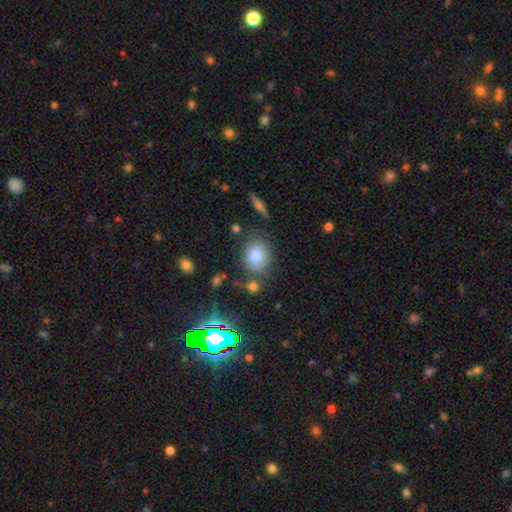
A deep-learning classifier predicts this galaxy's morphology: The model was most divided on "how rounded": round: 53%, in between: 46%, cigar-shaped: 1%. More confident: smooth or featured — smooth (79%); merging — none (73%).